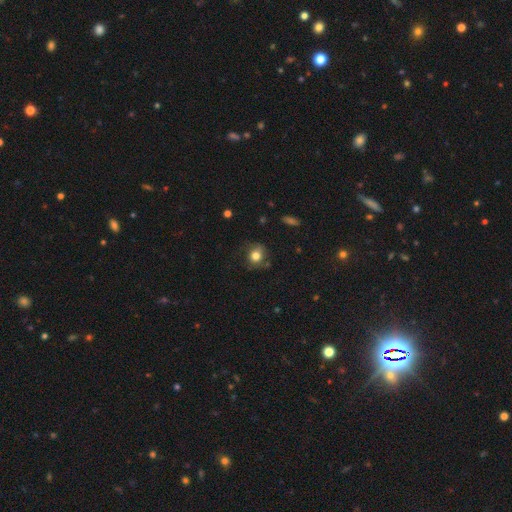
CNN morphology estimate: The model was most divided on "merging": none: 71%, minor disturbance: 21%, major disturbance: 7%, merger: 2%. More confident: smooth or featured — smooth (76%); how rounded — round (76%).